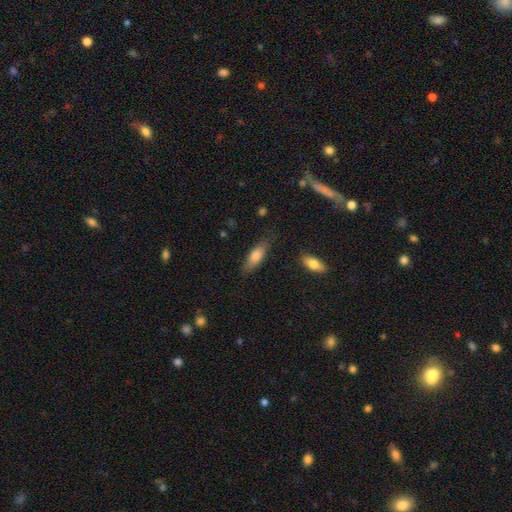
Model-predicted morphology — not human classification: smooth_or_featured: smooth (p=0.75) [alt: featured or disk p=0.19]
how_rounded: in between (p=0.58) [alt: cigar-shaped p=0.40]
merging: none (p=0.79) [alt: minor disturbance p=0.16]